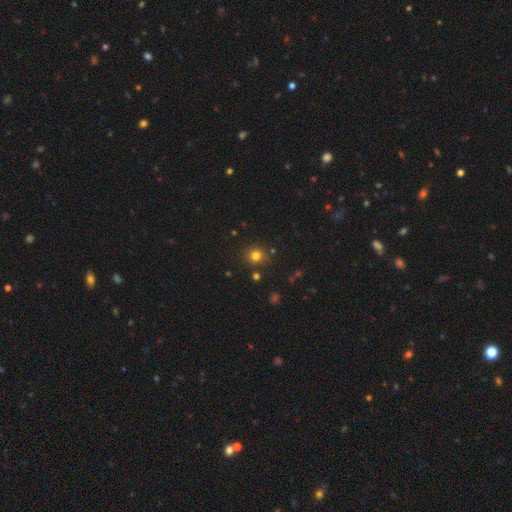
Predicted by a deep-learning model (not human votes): Smooth or featured? Predicted: smooth (p=0.77). How rounded? Predicted: round (p=0.89). Merging? Predicted: none (p=0.85).